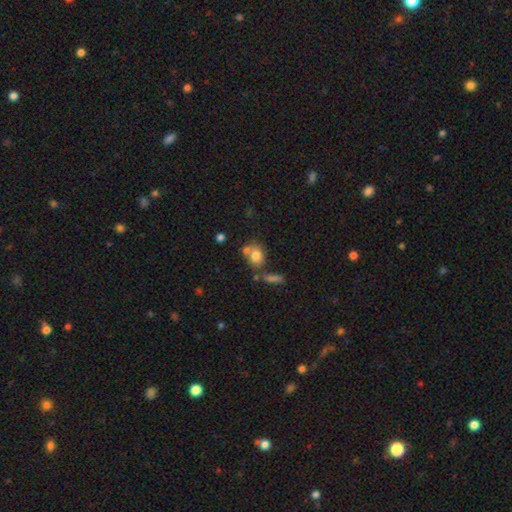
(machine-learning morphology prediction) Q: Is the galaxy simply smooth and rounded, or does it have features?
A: smooth — 77%.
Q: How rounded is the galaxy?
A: round — 53%.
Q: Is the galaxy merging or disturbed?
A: none — 49%.